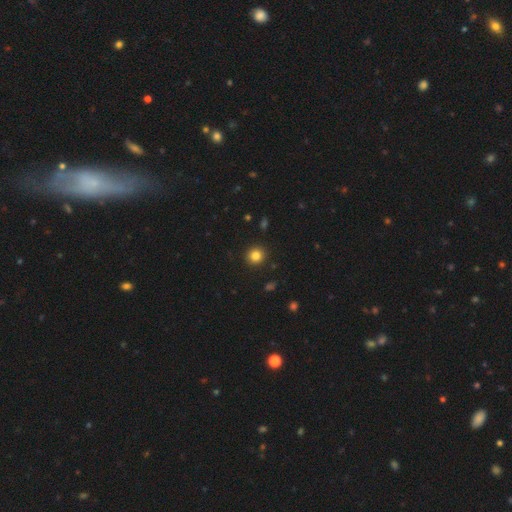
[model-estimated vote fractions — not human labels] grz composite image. It shows a smooth galaxy with no disk features (84%) that is round (92%). Merging: none (92%).